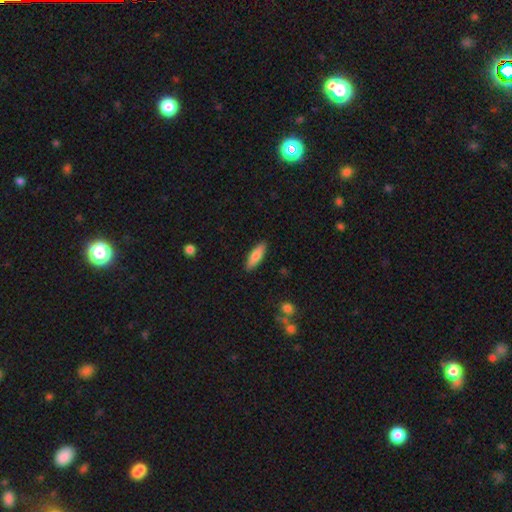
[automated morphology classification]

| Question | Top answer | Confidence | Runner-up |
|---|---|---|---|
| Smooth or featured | smooth | 77% | featured or disk (17%) |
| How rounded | cigar-shaped | 55% | in between (43%) |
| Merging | none | 89% | minor disturbance (8%) |